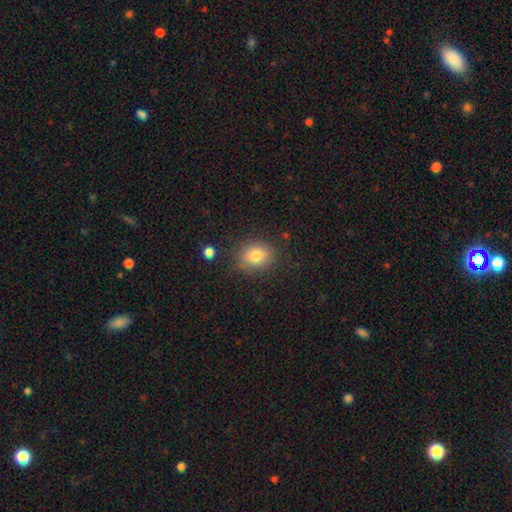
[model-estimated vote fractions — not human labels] Smooth or featured? Predicted: smooth (p=0.80). How rounded? Predicted: round (p=0.59). Merging? Predicted: none (p=0.82).